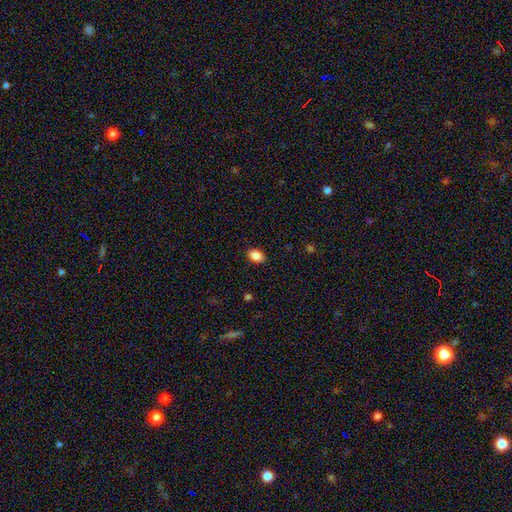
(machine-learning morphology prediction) Smooth or featured: smooth — 87% (star or artifact — 9%)
How rounded: in between — 80% (round — 18%)
Merging: none — 87% (minor disturbance — 10%)